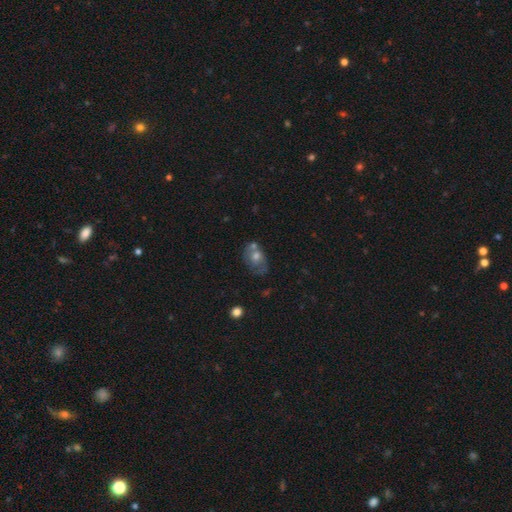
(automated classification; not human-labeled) smooth-or-featured: smooth: 44% | featured or disk: 41% | star or artifact: 15%
  merging: none: 50% | merger: 23% | minor disturbance: 19% | major disturbance: 8%